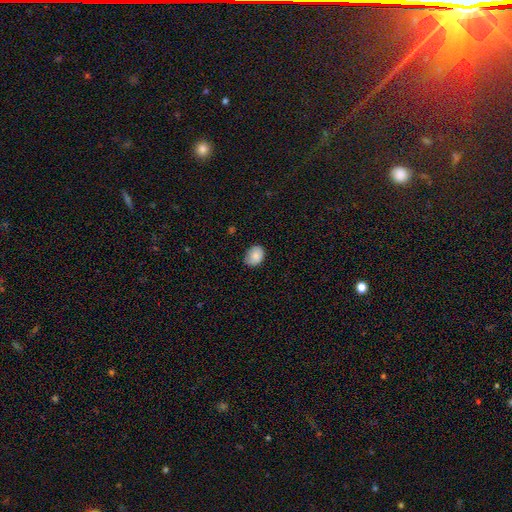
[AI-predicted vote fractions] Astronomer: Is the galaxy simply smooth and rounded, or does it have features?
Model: smooth — 84%.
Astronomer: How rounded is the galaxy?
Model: in between — 64%.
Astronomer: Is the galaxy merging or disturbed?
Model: none — 76%.